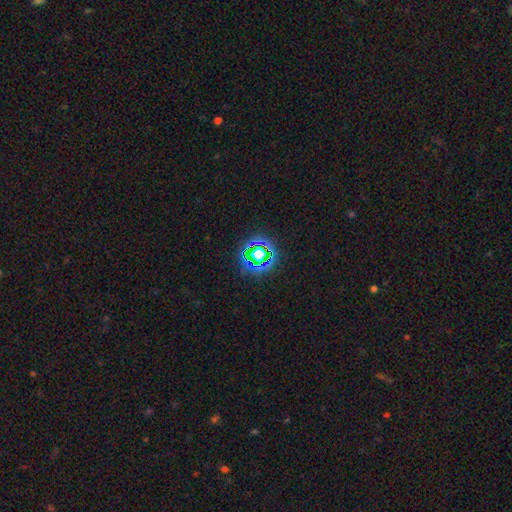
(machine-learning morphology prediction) Smooth or featured? star or artifact (67%)